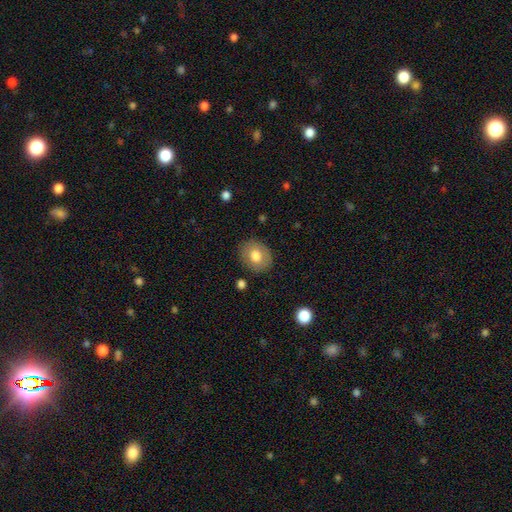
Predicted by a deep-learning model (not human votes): Q: Smooth or featured?
A: smooth (76%); runner-up: featured or disk (16%)
Q: How rounded?
A: round (62%); runner-up: in between (37%)
Q: Merging?
A: none (87%); runner-up: minor disturbance (9%)